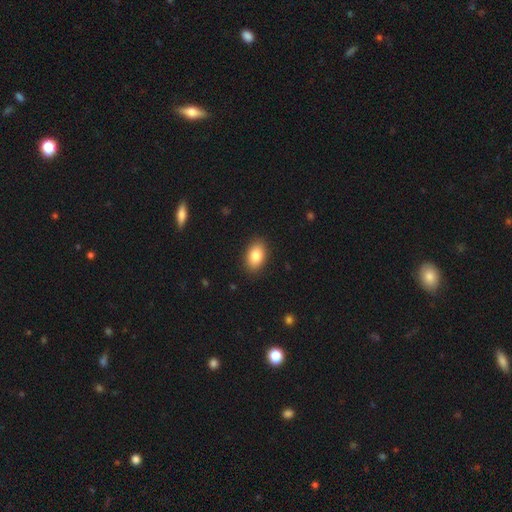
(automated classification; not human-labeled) Overall: smooth (85%). How rounded: in between (90%). Merging: none (89%).